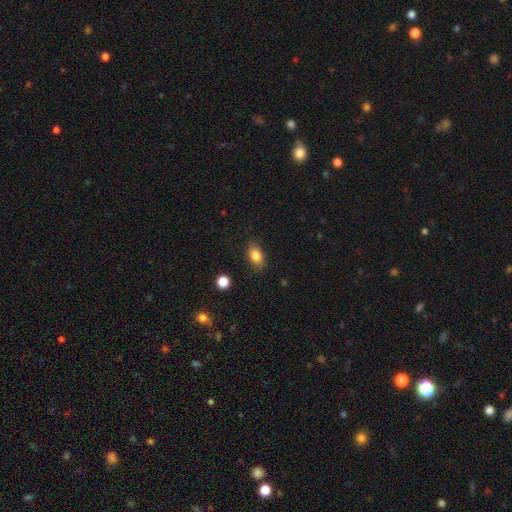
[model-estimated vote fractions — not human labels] A smooth galaxy with no disk features (83%) that is in between round and cigar-shaped (84%). Merging: none (83%).